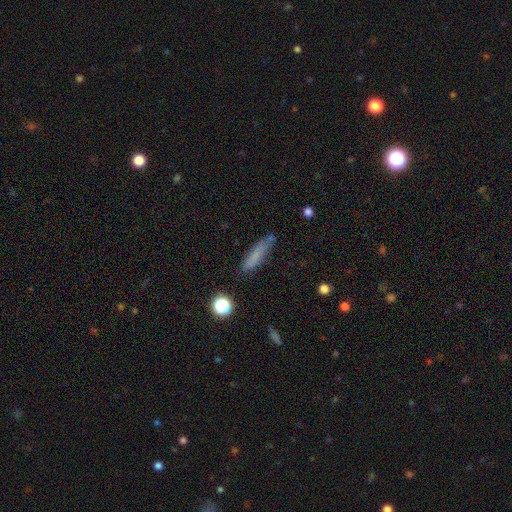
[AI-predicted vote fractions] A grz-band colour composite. It shows a smooth galaxy with no disk features (72%) that is cigar-shaped (82%). Merging: none (74%).